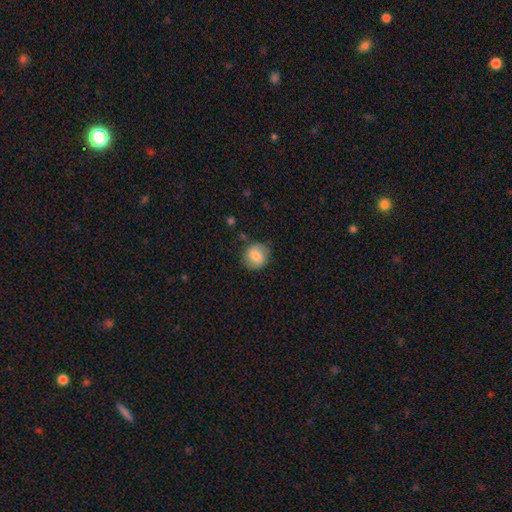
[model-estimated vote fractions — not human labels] This is likely a smooth galaxy (73%). How rounded: clearly round (84%). Merging: likely none (80%).